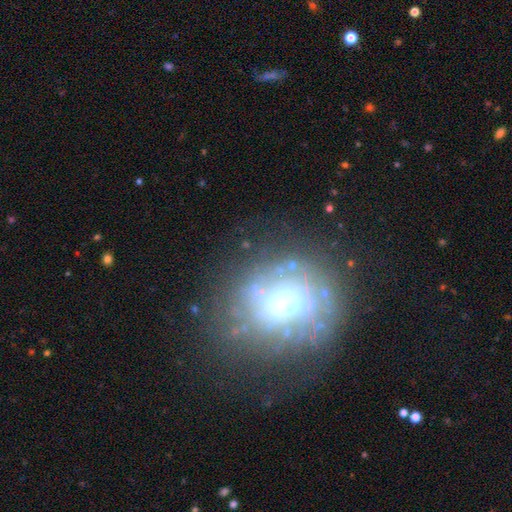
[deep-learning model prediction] Morphology: type=featured or disk (53%); edge-on=no (93%); merging=none (70%).